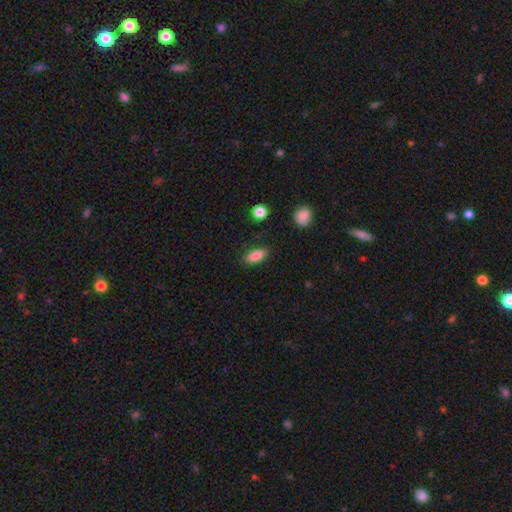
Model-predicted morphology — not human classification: Overall: smooth (87%). How rounded: in between (79%). Merging: none (84%).